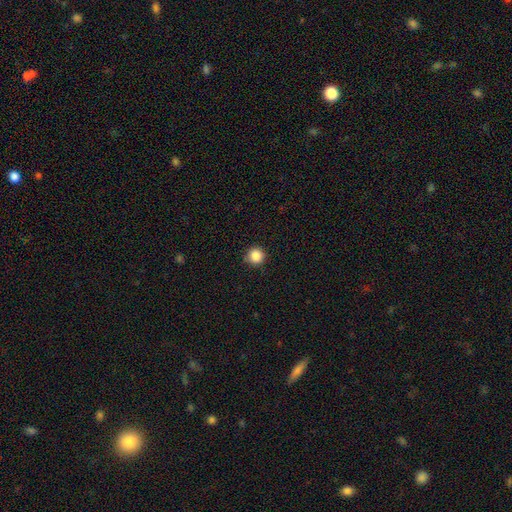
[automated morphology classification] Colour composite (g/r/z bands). It shows a smooth galaxy with no disk features (87%) that is round (95%). Merging: none (89%).